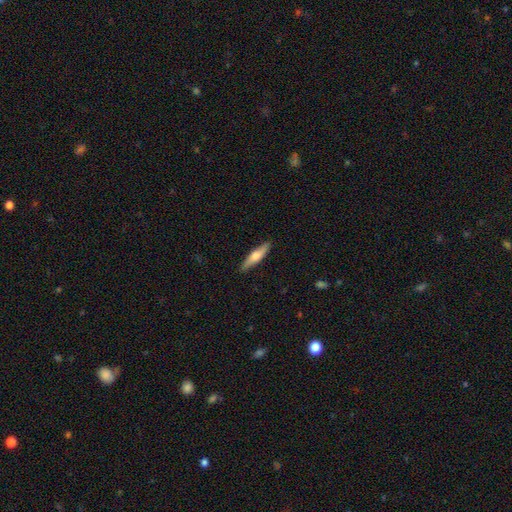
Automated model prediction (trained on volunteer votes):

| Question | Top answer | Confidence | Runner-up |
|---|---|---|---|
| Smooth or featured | smooth | 55% | featured or disk (39%) |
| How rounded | cigar-shaped | 76% | in between (22%) |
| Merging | none | 89% | minor disturbance (9%) |